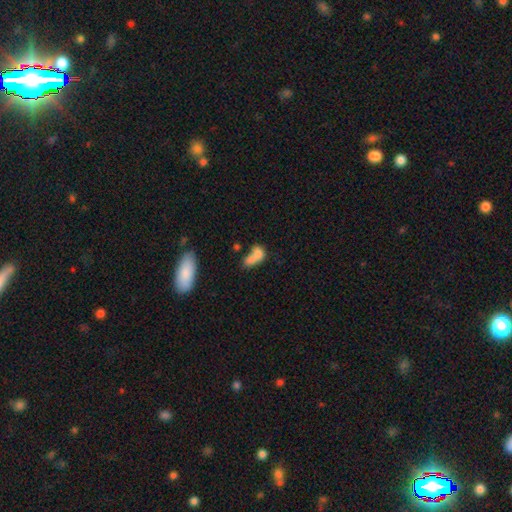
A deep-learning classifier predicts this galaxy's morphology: type=smooth (73%); roundness=in between (74%); merging=merger (63%).